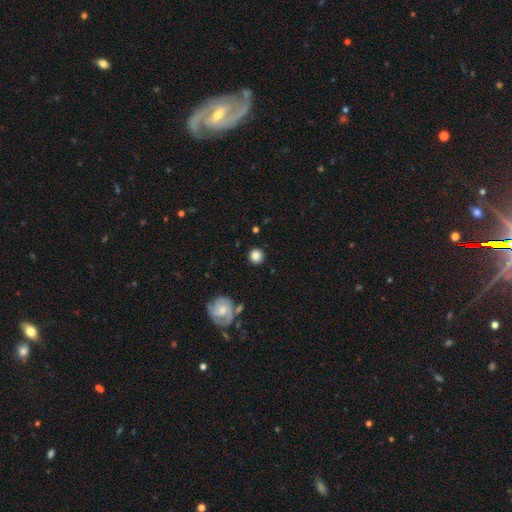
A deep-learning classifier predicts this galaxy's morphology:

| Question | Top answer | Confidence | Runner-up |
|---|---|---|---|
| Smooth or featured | smooth | 84% | star or artifact (9%) |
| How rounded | round | 94% | in between (5%) |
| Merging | none | 90% | minor disturbance (6%) |